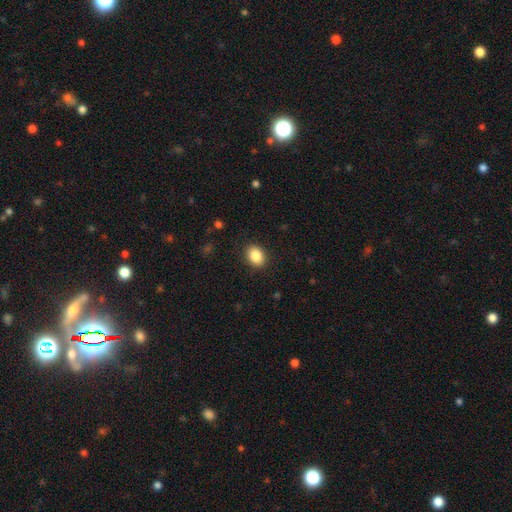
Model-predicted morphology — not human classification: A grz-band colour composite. It shows a smooth galaxy with no disk features (87%) that is in between round and cigar-shaped (69%). Merging: none (89%).